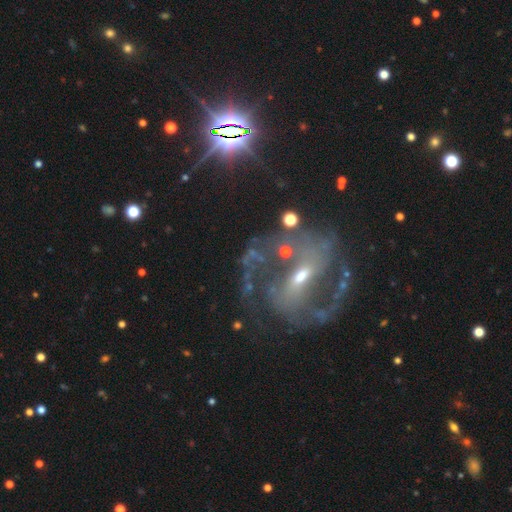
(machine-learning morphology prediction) Smooth or featured? featured or disk (82%)
Edge-on disk? no (97%)
Bar? weak (42%)
Spiral arms? yes (92%)
Spiral winding? medium (48%)
Spiral arm count? 2 (79%)
Bulge size? small (54%)
Merging? none (58%)